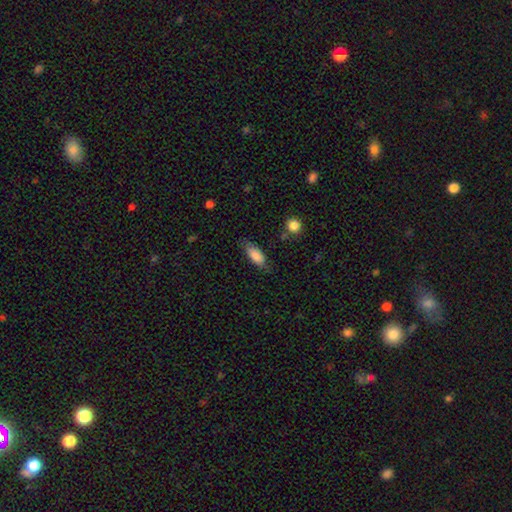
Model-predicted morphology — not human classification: smooth_or_featured: smooth (p=0.82) [alt: featured or disk p=0.12]
how_rounded: in between (p=0.77) [alt: cigar-shaped p=0.21]
merging: none (p=0.70) [alt: minor disturbance p=0.22]